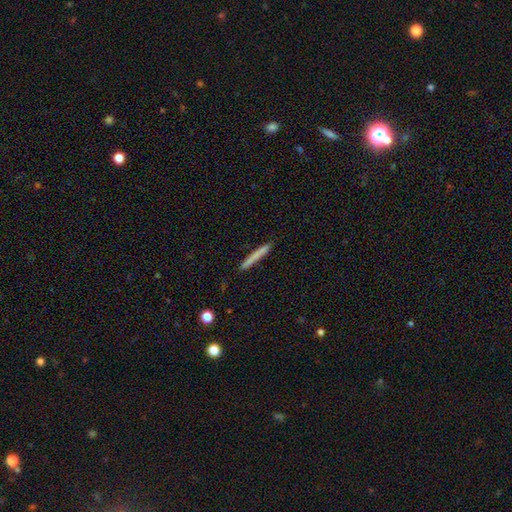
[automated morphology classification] The model was most divided on "smooth or featured": smooth: 72%, featured or disk: 21%, star or artifact: 6%. More confident: how rounded — cigar-shaped (97%); merging — none (89%).